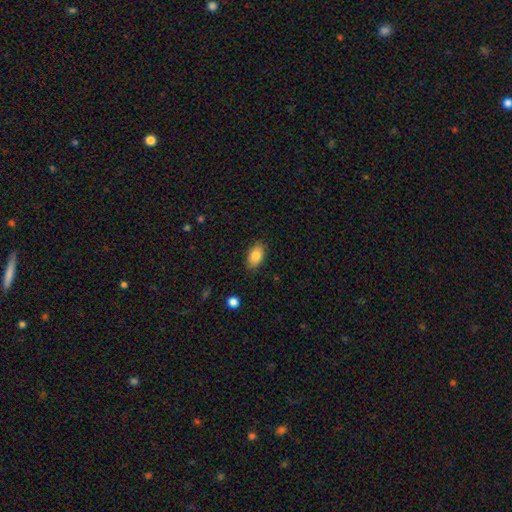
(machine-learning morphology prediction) A smooth galaxy with no disk features (83%) that is in between round and cigar-shaped (91%).

Vote fractions:
- Smooth or featured? smooth: 83% / featured or disk: 9% / star or artifact: 8%
- How rounded? in between: 91% / round: 7% / cigar-shaped: 2%
- Merging? none: 87% / minor disturbance: 10% / major disturbance: 2% / merger: 1%